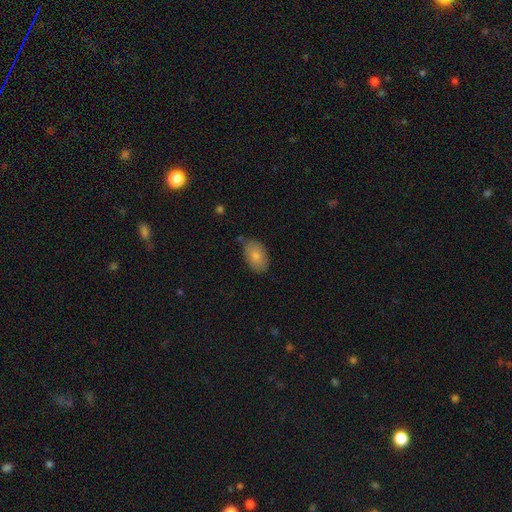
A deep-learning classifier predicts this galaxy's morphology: A smooth galaxy with no disk features (82%) that is in between round and cigar-shaped (92%). Merging: none (74%).